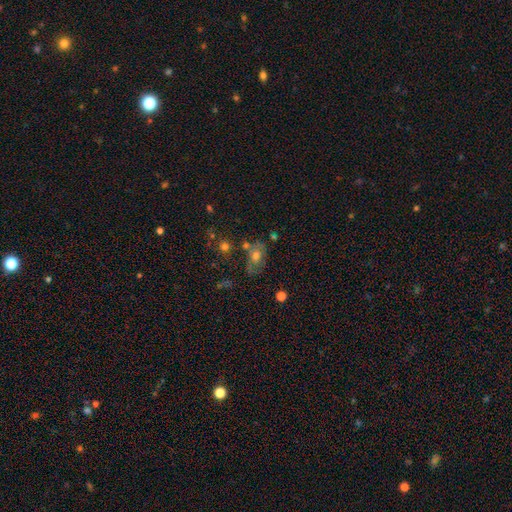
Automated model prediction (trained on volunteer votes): Q: Smooth or featured?
A: smooth (46%); runner-up: featured or disk (38%)
Q: Merging?
A: none (53%); runner-up: minor disturbance (22%)